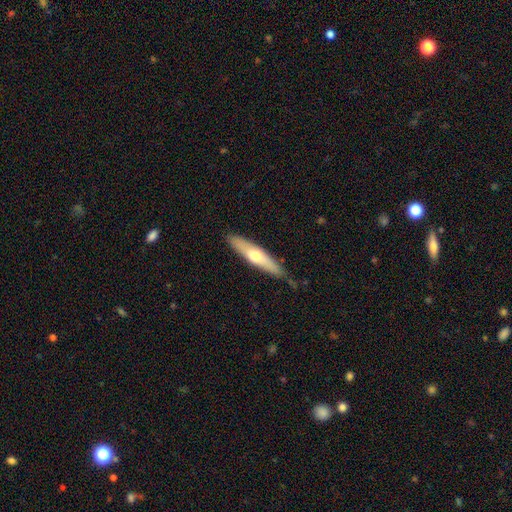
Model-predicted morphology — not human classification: smooth-or-featured: smooth: 50% | featured or disk: 45% | star or artifact: 5%
  how-rounded: cigar-shaped: 79% | in between: 20% | round: 2%
  merging: none: 85% | minor disturbance: 12% | major disturbance: 2% | merger: 1%